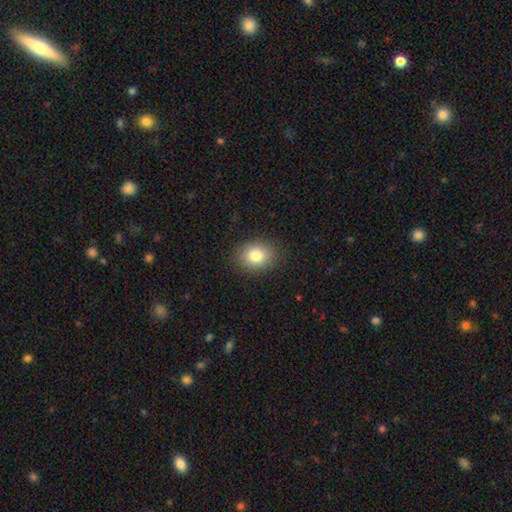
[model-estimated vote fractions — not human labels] Smooth or featured? Predicted: smooth (p=0.82). How rounded? Predicted: in between (p=0.58). Merging? Predicted: none (p=0.87).